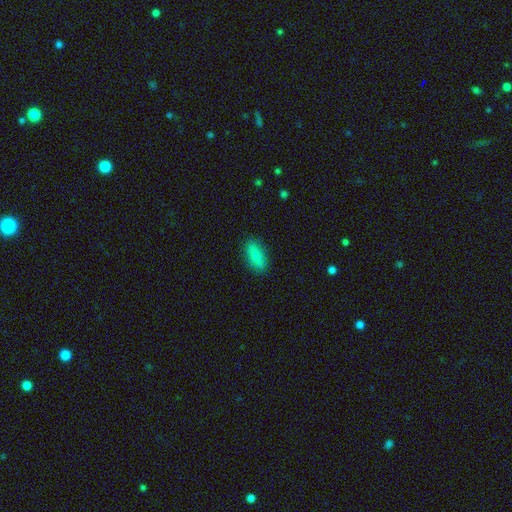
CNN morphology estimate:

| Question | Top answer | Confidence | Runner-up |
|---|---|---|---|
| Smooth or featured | smooth | 78% | featured or disk (14%) |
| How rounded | in between | 83% | cigar-shaped (12%) |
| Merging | none | 86% | minor disturbance (10%) |